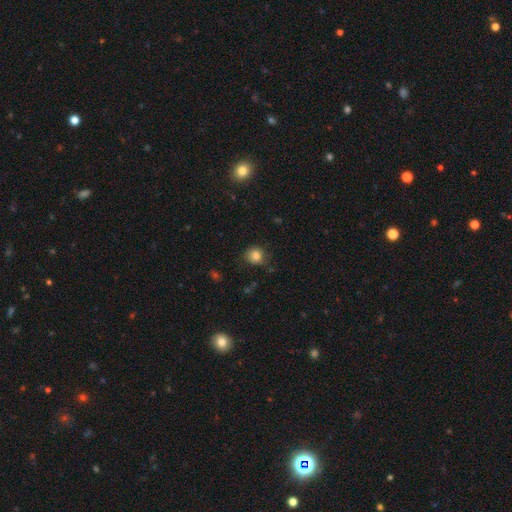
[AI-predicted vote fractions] Smooth or featured? Predicted: smooth (p=0.82). How rounded? Predicted: round (p=0.80). Merging? Predicted: none (p=0.76).